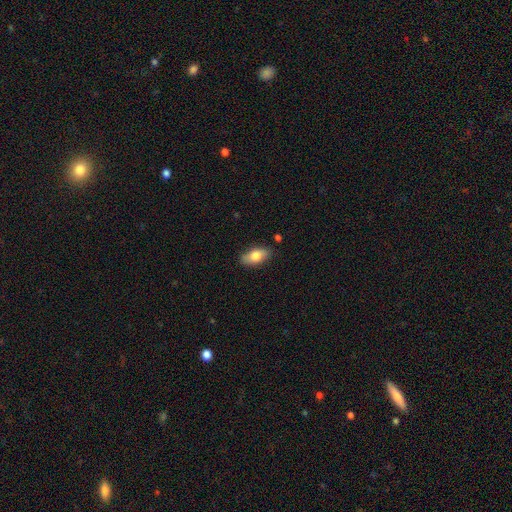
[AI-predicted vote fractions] Smooth or featured? smooth (75%)
How rounded? in between (88%)
Merging? none (85%)